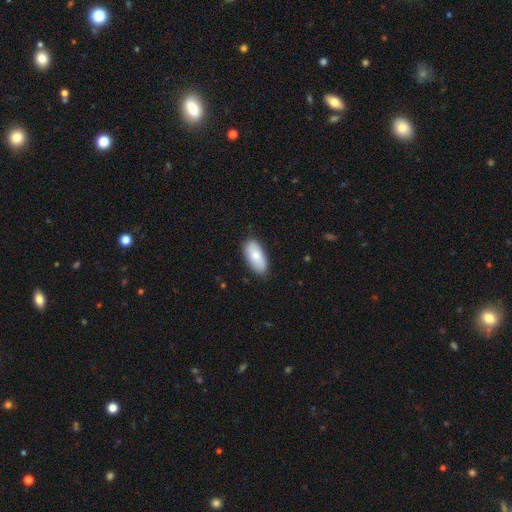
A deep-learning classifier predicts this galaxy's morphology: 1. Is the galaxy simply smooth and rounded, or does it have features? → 78% smooth, 16% featured or disk, 6% star or artifact.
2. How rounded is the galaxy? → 91% in between, 7% cigar-shaped, 2% round.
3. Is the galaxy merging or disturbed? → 84% none, 13% minor disturbance, 2% major disturbance, 1% merger.